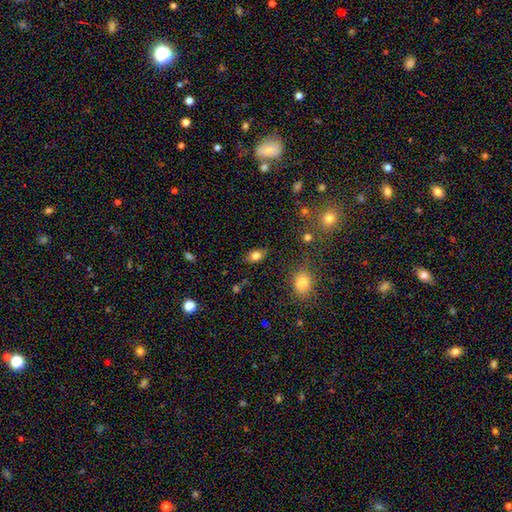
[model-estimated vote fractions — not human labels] This appears to be a smooth galaxy with no disk features (80%) that is in between round and cigar-shaped (82%). Merging: none (82%).